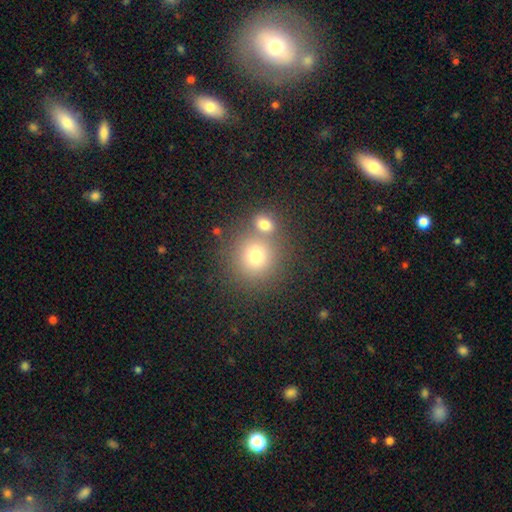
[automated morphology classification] type=smooth (74%); roundness=round (89%); merging=none (58%).